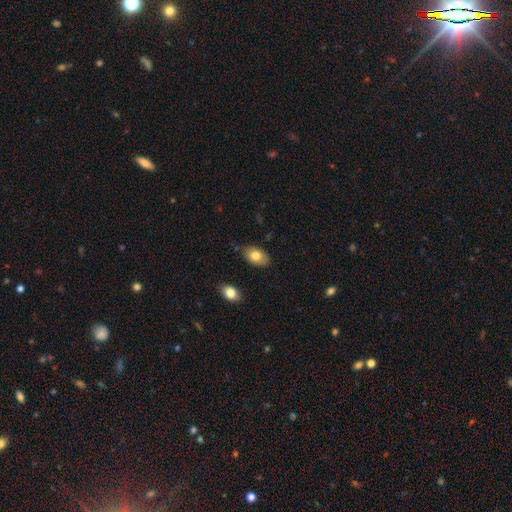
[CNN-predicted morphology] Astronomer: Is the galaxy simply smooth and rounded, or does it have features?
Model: smooth — 79%.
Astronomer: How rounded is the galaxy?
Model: in between — 91%.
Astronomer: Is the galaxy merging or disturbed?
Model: none — 81%.